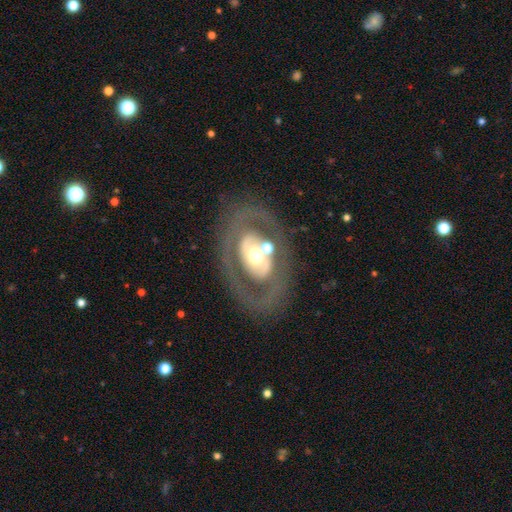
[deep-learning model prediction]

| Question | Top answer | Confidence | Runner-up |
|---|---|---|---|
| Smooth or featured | featured or disk | 68% | smooth (25%) |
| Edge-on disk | no | 91% | yes (9%) |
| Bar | no | 76% | weak (14%) |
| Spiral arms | no | 78% | yes (22%) |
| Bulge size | moderate | 62% | large (24%) |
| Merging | none | 69% | minor disturbance (13%) |